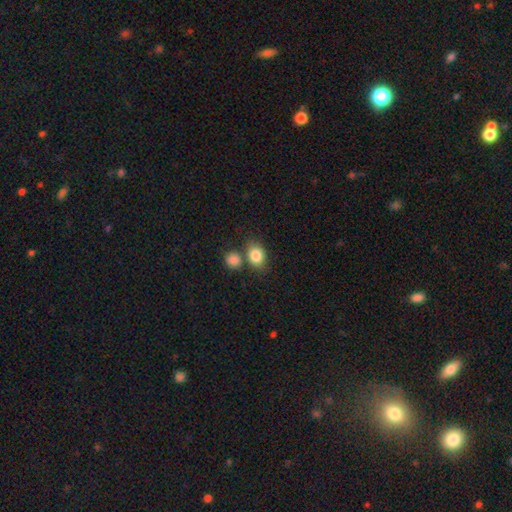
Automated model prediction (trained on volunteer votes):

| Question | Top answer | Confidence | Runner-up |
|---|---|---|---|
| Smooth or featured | smooth | 84% | star or artifact (9%) |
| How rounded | in between | 56% | round (43%) |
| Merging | none | 60% | merger (23%) |